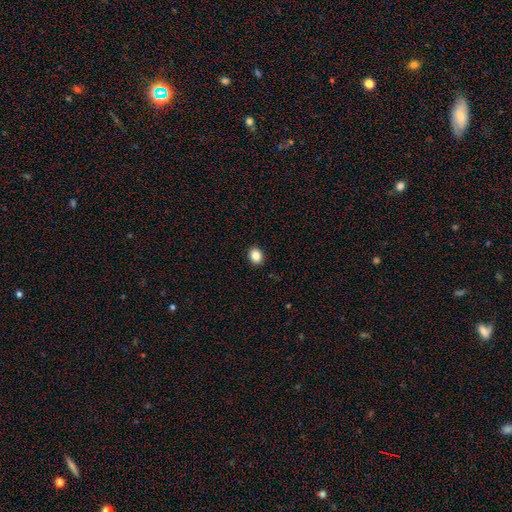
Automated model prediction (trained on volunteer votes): A smooth galaxy with no disk features (86%) that is round (50%). Merging: none (91%).